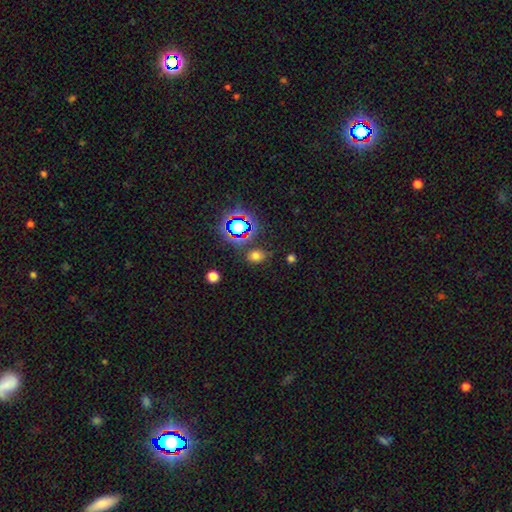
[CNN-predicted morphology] A smooth galaxy with no disk features (64%) that is in between round and cigar-shaped (66%). Merging: none (79%).